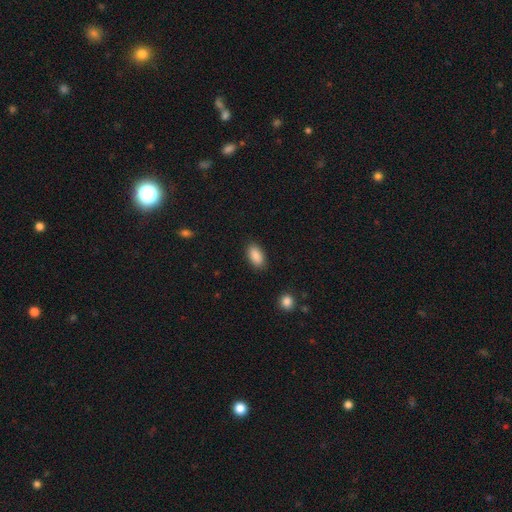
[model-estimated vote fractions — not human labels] A smooth galaxy with no disk features (89%) that is in between round and cigar-shaped (93%). Merging: none (87%).